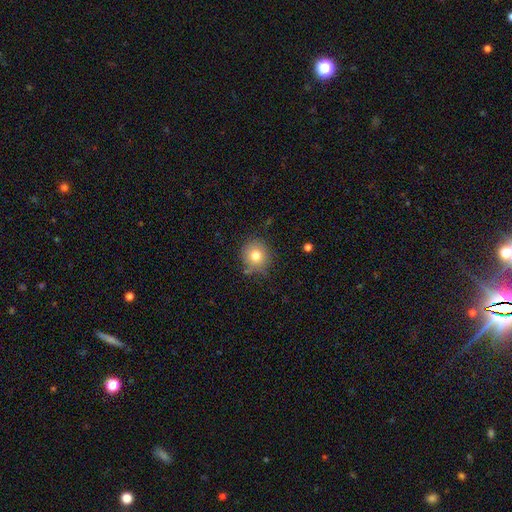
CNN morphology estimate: Overall: smooth (78%). How rounded: round (89%). Merging: none (80%).